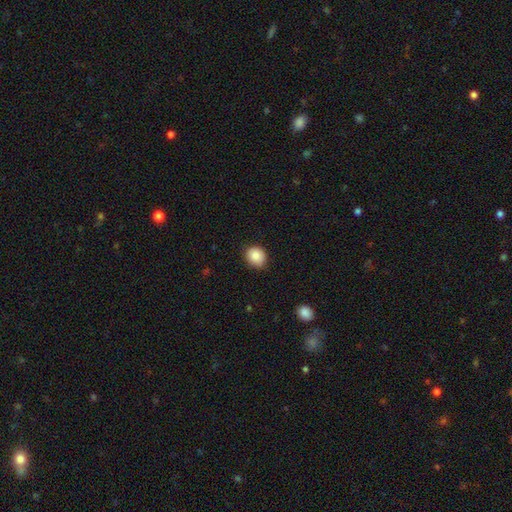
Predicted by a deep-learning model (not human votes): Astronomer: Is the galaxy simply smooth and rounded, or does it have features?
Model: smooth — 86%.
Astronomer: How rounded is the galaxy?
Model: round — 67%.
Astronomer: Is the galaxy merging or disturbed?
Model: none — 82%.